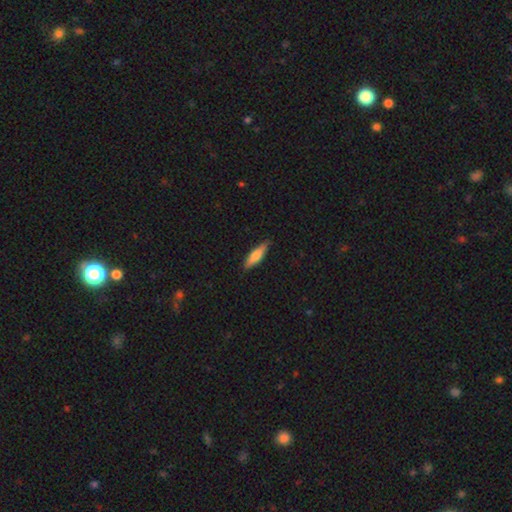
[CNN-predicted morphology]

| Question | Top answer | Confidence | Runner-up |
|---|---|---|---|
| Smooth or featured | smooth | 67% | featured or disk (27%) |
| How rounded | cigar-shaped | 68% | in between (30%) |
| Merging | none | 87% | minor disturbance (10%) |